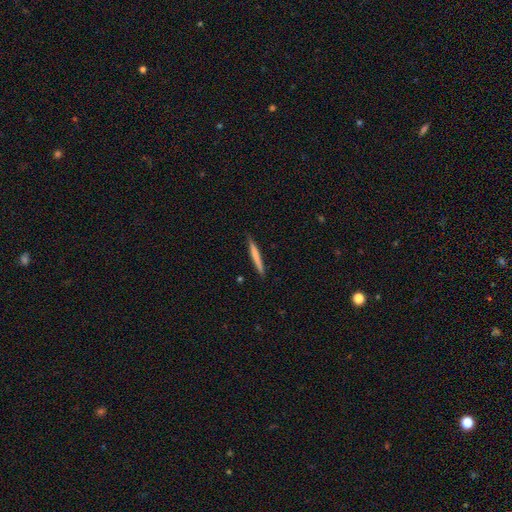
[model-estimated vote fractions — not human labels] The model was most divided on "smooth or featured": smooth: 68%, featured or disk: 27%, star or artifact: 5%. More confident: how rounded — cigar-shaped (97%); merging — none (89%).